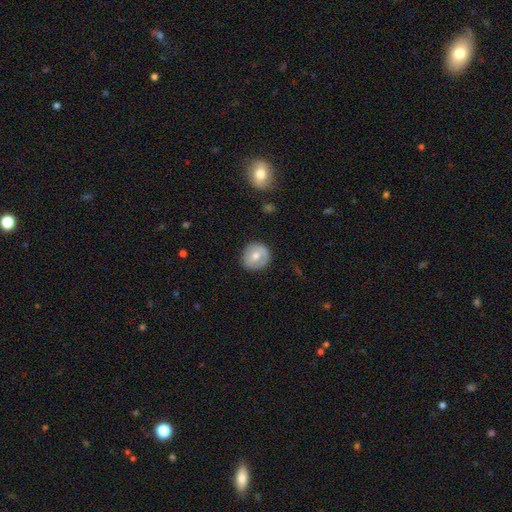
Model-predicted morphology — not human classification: Smooth or featured? smooth (57%)
How rounded? round (88%)
Merging? none (83%)